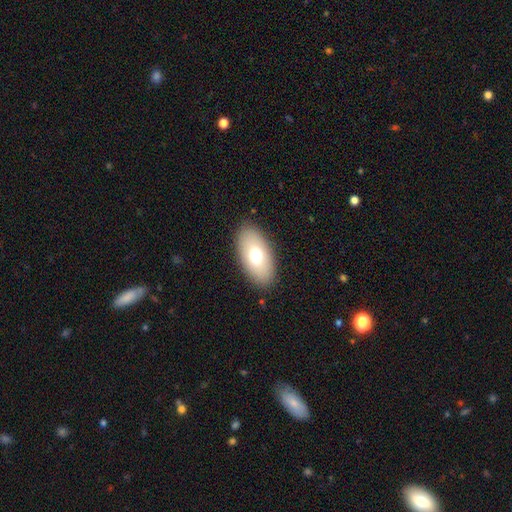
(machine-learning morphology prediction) This is likely a smooth galaxy (69%). How rounded: clearly in between (93%). Merging: clearly none (87%).